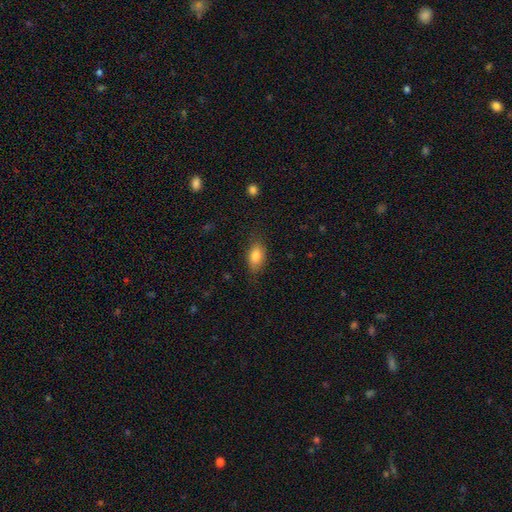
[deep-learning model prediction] A smooth galaxy with no disk features (81%) that is in between round and cigar-shaped (87%). Merging: none (77%).